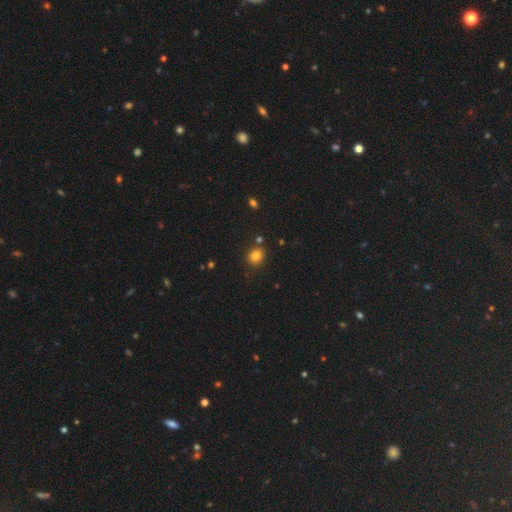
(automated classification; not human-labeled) A smooth galaxy with no disk features (81%) that is round (69%).

Vote fractions:
- Smooth or featured? smooth: 81% / star or artifact: 13% / featured or disk: 6%
- How rounded? round: 69% / in between: 30% / cigar-shaped: 1%
- Merging? none: 81% / minor disturbance: 10% / merger: 6% / major disturbance: 3%